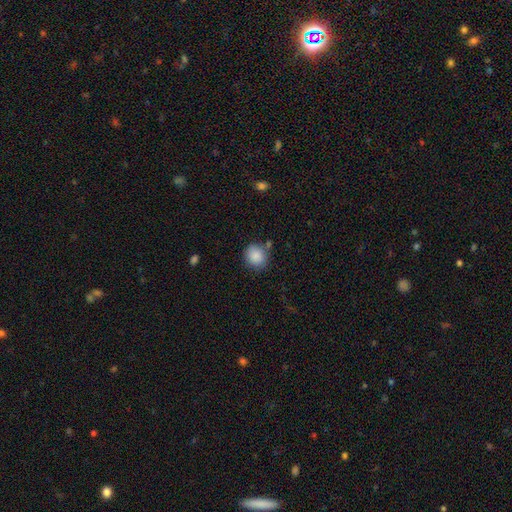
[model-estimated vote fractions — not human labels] smooth-or-featured: smooth: 88% | star or artifact: 8% | featured or disk: 4%
  how-rounded: round: 81% | in between: 18% | cigar-shaped: 1%
  merging: none: 76% | minor disturbance: 13% | merger: 6% | major disturbance: 4%